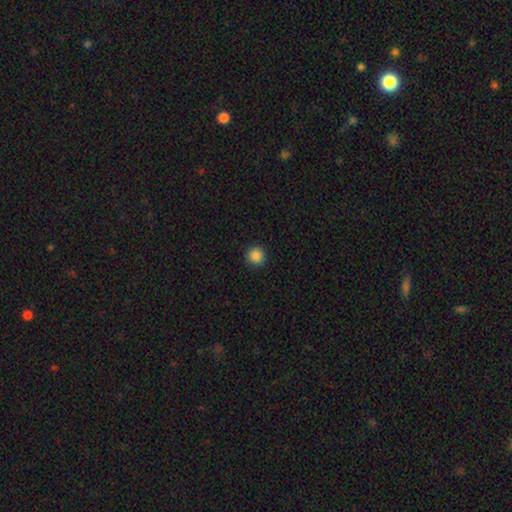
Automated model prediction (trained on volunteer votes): This appears to be a smooth galaxy with no disk features (86%) that is round (95%). Merging: none (93%).